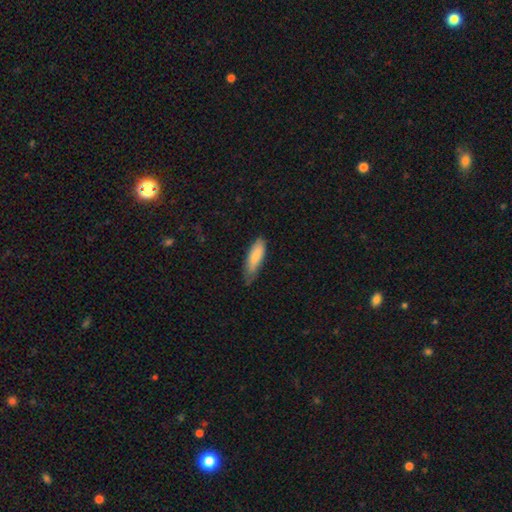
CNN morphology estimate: Smooth or featured?
  - smooth: 83% *
  - featured or disk: 11%
  - star or artifact: 6%
How rounded?
  - in between: 53% *
  - cigar-shaped: 45%
  - round: 1%
Merging?
  - none: 53% *
  - minor disturbance: 38%
  - major disturbance: 8%
  - merger: 2%